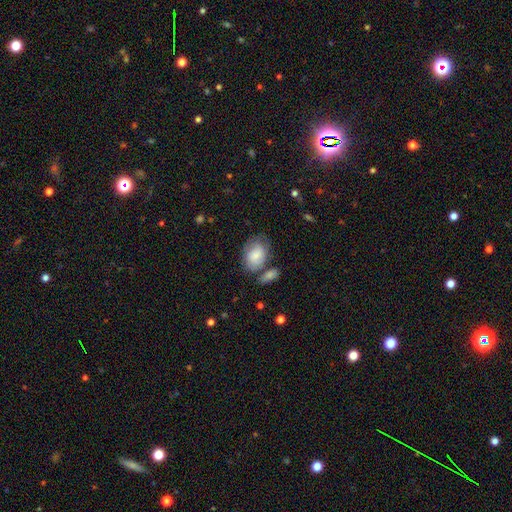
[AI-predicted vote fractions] Smooth or featured? Predicted: smooth (p=0.75). How rounded? Predicted: in between (p=0.78). Merging? Predicted: none (p=0.51).